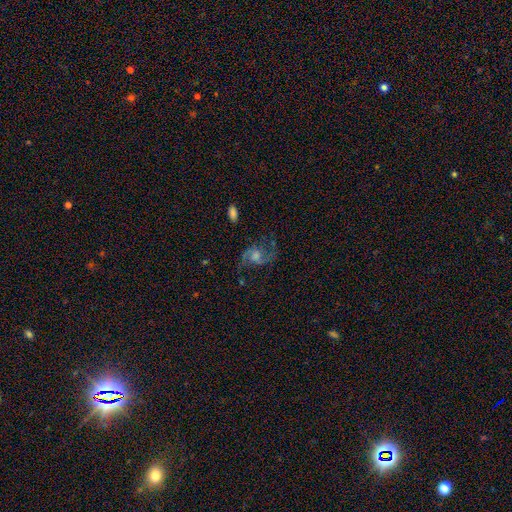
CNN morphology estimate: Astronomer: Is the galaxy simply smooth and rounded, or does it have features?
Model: featured or disk — 82%.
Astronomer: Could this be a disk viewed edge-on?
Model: no — 97%.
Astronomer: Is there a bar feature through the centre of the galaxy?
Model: no — 55% (runner-up: weak, 38%).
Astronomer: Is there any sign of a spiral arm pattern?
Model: yes — 95%.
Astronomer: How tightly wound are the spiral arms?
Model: loose — 52% (runner-up: medium, 40%).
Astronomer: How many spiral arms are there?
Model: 2 — 91%.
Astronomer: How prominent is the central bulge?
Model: moderate — 49% (runner-up: small, 26%).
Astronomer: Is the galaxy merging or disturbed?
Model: none — 69%.